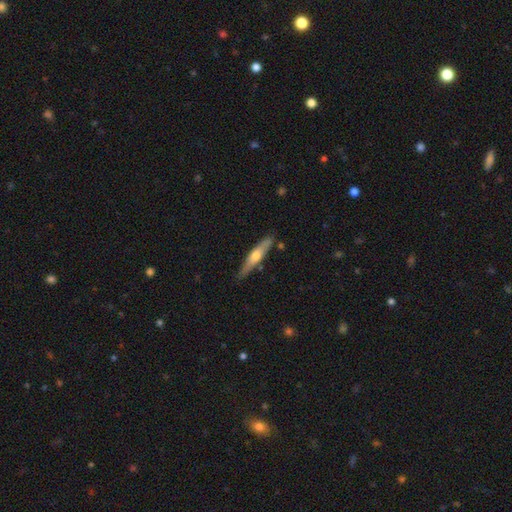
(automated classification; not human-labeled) smooth_or_featured: featured or disk (p=0.51) [alt: smooth p=0.44]
disk_edge_on: yes (p=0.91) [alt: no p=0.09]
merging: none (p=0.82) [alt: minor disturbance p=0.13]